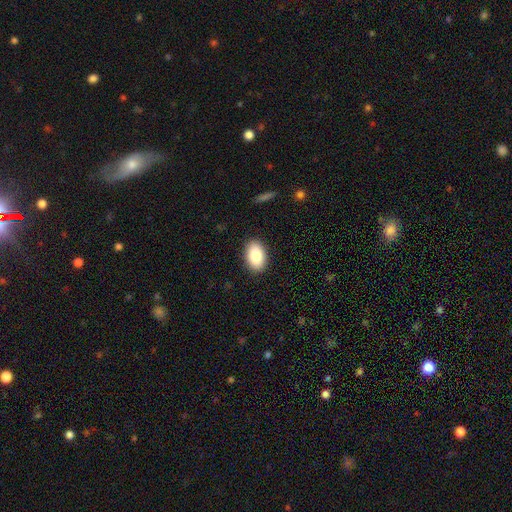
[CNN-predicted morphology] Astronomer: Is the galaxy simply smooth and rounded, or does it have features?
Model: smooth — 87%.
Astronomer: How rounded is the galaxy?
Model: in between — 91%.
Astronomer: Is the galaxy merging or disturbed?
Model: none — 89%.